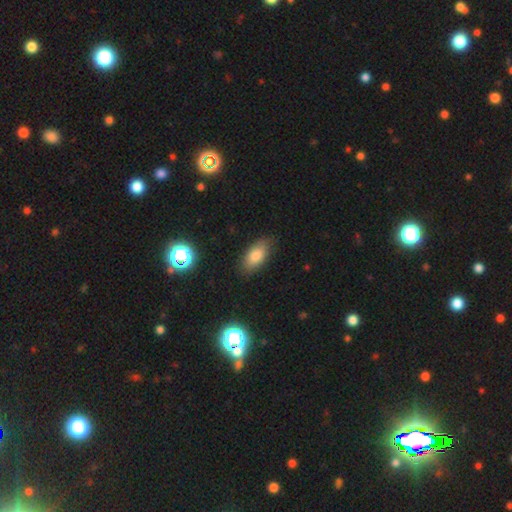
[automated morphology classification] smooth-or-featured: smooth: 81% | featured or disk: 11% | star or artifact: 9%
  how-rounded: in between: 90% | cigar-shaped: 7% | round: 3%
  merging: none: 82% | minor disturbance: 14% | major disturbance: 3% | merger: 1%